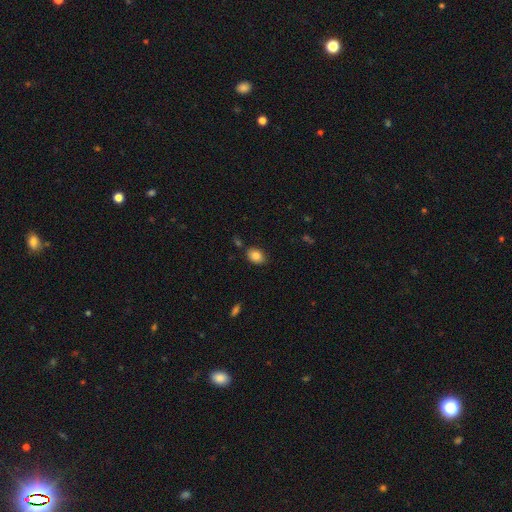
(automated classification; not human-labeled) This appears to be a smooth galaxy with no disk features (85%) that is in between round and cigar-shaped (73%). Merging: none (81%).